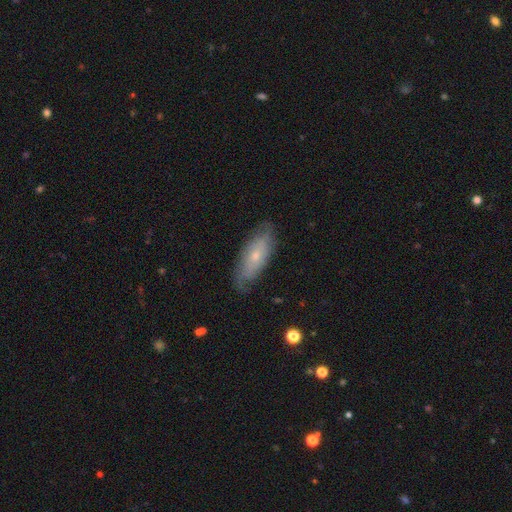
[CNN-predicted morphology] Overall: smooth (48%; featured or disk 45%). Merging: none (74%).